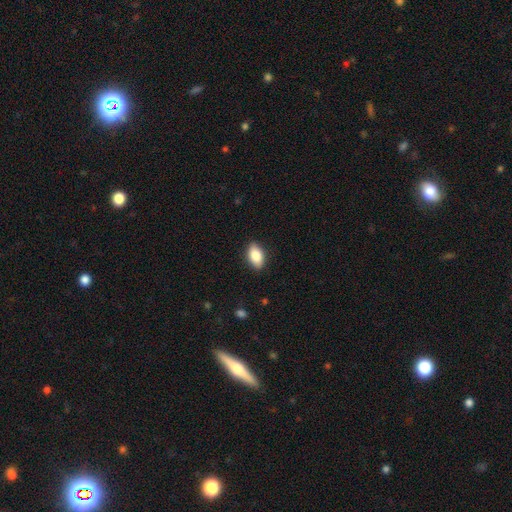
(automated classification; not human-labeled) smooth 83%, featured or disk 10%, star or artifact 7%. Down the decision tree: how rounded — in between (90%); merging — none (87%).